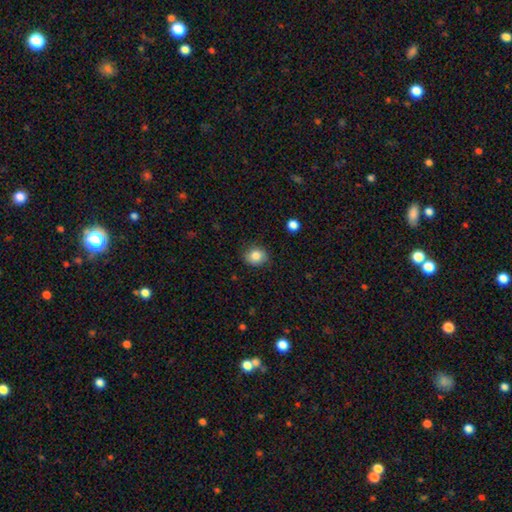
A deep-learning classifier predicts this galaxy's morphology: Q: Smooth or featured?
A: smooth (84%); runner-up: star or artifact (9%)
Q: How rounded?
A: round (71%); runner-up: in between (28%)
Q: Merging?
A: none (84%); runner-up: minor disturbance (12%)